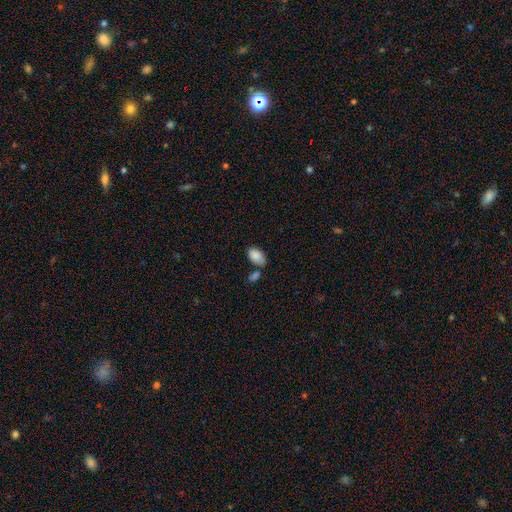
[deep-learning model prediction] smooth-or-featured: smooth: 88% | star or artifact: 7% | featured or disk: 5%
  how-rounded: in between: 93% | round: 6% | cigar-shaped: 1%
  merging: none: 55% | merger: 21% | minor disturbance: 18% | major disturbance: 5%